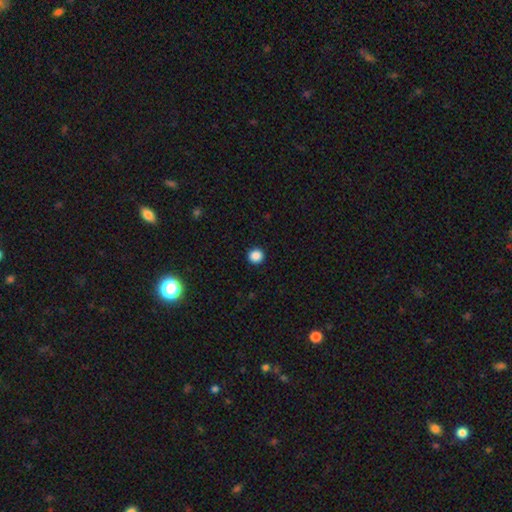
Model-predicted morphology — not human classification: This appears to be a smooth galaxy with no disk features (88%) that is round (93%). Merging: none (93%).